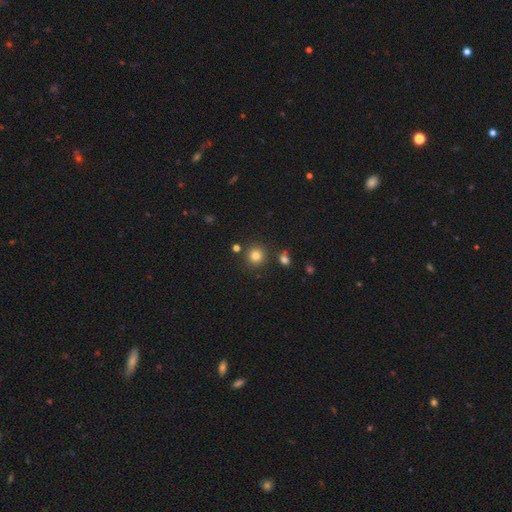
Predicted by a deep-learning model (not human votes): Smooth or featured? smooth (80%)
How rounded? round (93%)
Merging? none (85%)